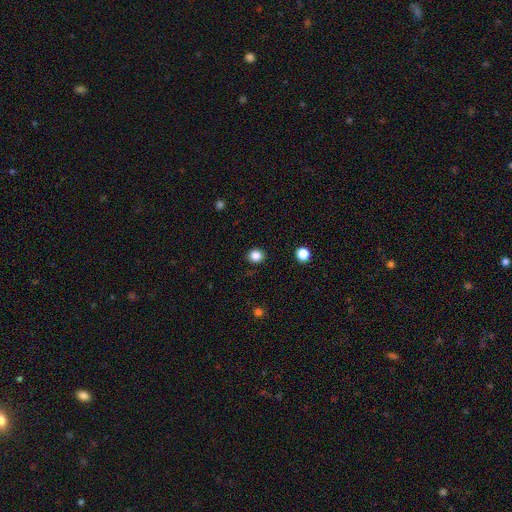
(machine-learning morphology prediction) Smooth or featured? Predicted: smooth (p=0.84). How rounded? Predicted: round (p=0.84). Merging? Predicted: none (p=0.90).